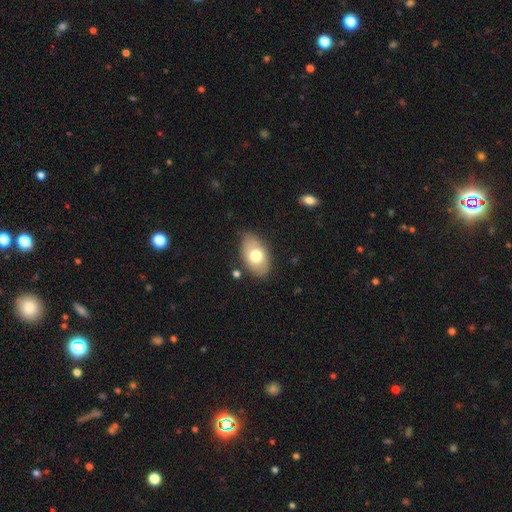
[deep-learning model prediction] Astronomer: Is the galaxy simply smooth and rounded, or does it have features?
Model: smooth — 71%.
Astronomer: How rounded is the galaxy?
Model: in between — 92%.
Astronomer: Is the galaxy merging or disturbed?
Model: none — 79%.